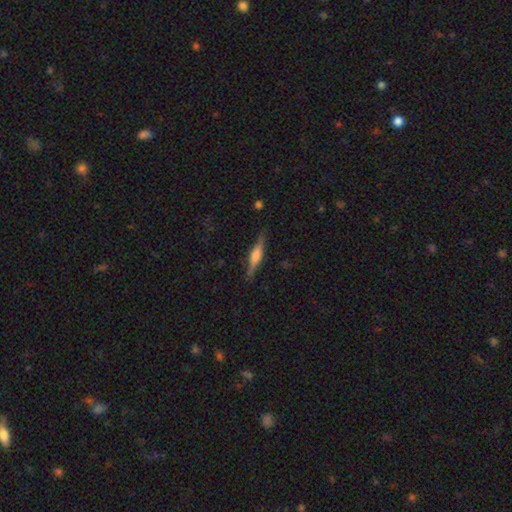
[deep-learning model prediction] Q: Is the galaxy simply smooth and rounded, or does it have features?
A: featured or disk — 55%.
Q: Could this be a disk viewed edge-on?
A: yes — 96%.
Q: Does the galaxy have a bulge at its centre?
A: rounded — 67%.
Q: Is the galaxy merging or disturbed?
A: none — 86%.